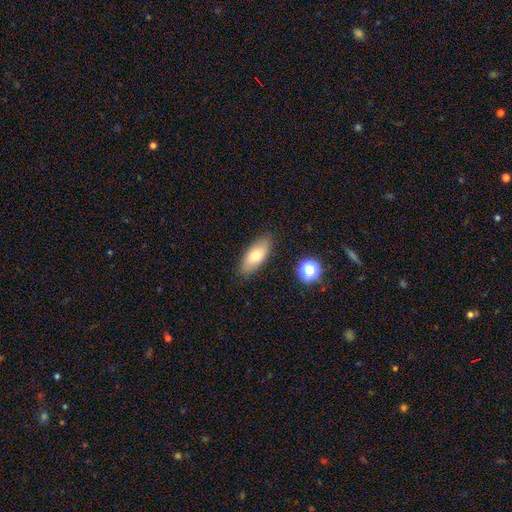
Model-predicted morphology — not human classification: Overall: smooth (73%). How rounded: in between (81%). Merging: none (85%).